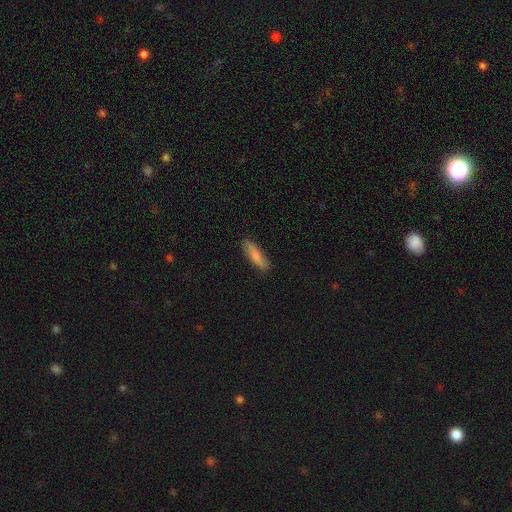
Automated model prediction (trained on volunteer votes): A smooth galaxy with no disk features (77%) that is cigar-shaped (68%).

Vote fractions:
- Smooth or featured? smooth: 77% / featured or disk: 17% / star or artifact: 6%
- How rounded? cigar-shaped: 68% / in between: 30% / round: 2%
- Merging? none: 84% / minor disturbance: 12% / major disturbance: 2% / merger: 1%